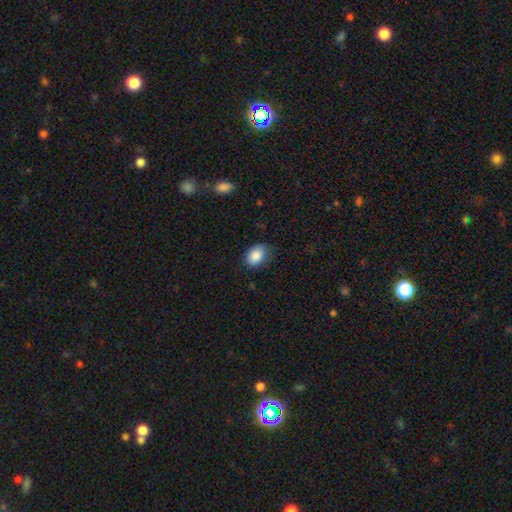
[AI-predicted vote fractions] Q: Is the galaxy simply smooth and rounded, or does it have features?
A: smooth — 86%.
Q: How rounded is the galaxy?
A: in between — 76%.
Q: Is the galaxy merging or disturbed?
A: none — 73%.